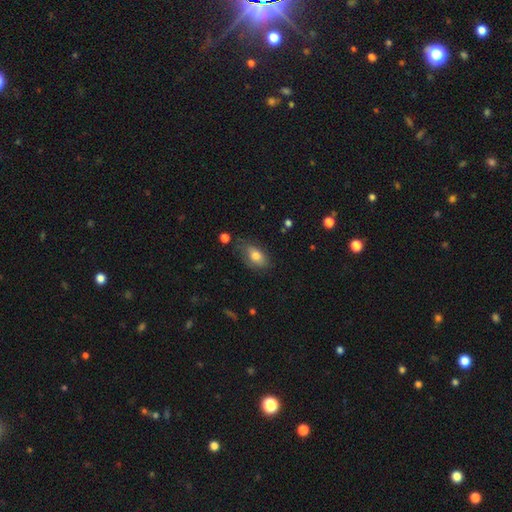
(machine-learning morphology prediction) A smooth galaxy with no disk features (75%) that is in between round and cigar-shaped (89%).

Vote fractions:
- Smooth or featured? smooth: 75% / featured or disk: 17% / star or artifact: 8%
- How rounded? in between: 89% / round: 7% / cigar-shaped: 4%
- Merging? none: 61% / minor disturbance: 27% / major disturbance: 9% / merger: 3%